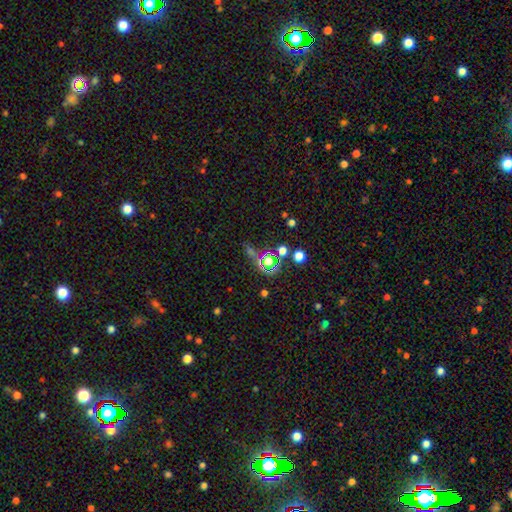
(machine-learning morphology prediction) Overall: star or artifact (72%).